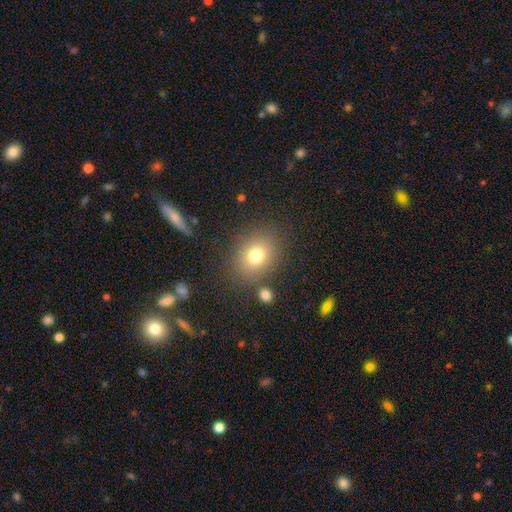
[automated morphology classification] Smooth or featured?
  - smooth: 76% *
  - star or artifact: 13%
  - featured or disk: 11%
How rounded?
  - round: 52% *
  - in between: 47%
  - cigar-shaped: 1%
Merging?
  - none: 81% *
  - minor disturbance: 10%
  - major disturbance: 4%
  - merger: 4%